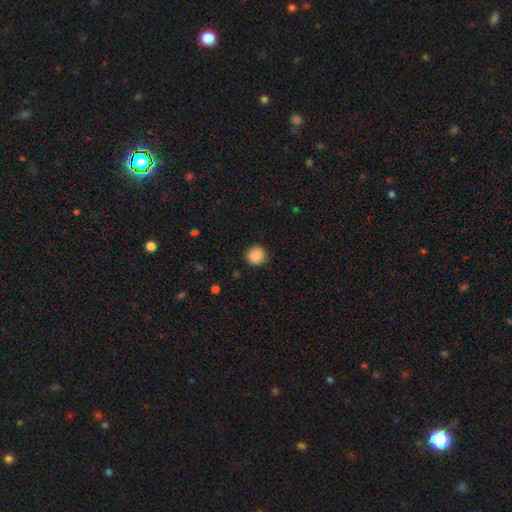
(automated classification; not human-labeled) Overall: smooth (88%). How rounded: round (92%). Merging: none (89%).